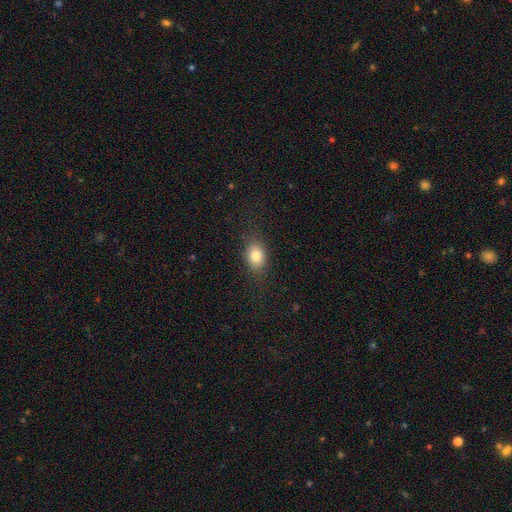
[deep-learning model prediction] smooth 82%, star or artifact 9%, featured or disk 9%. Down the decision tree: how rounded — in between (69%); merging — none (80%).